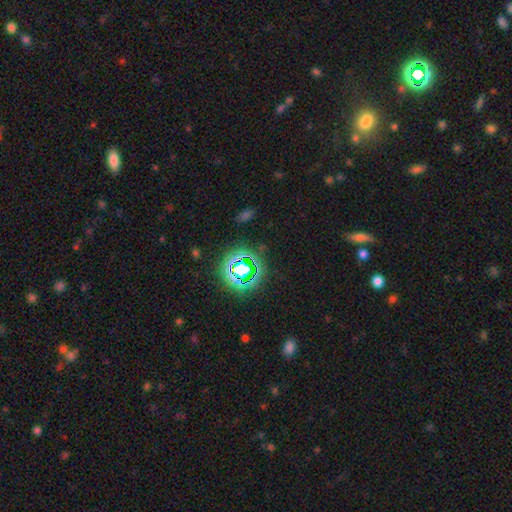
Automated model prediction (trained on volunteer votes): Overall: star or artifact (68%).